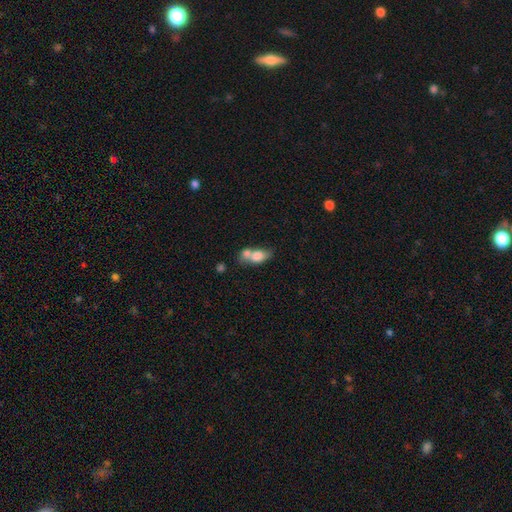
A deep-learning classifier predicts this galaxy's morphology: A smooth galaxy with no disk features (72%) that is in between round and cigar-shaped (76%). Merging: merger (60%).